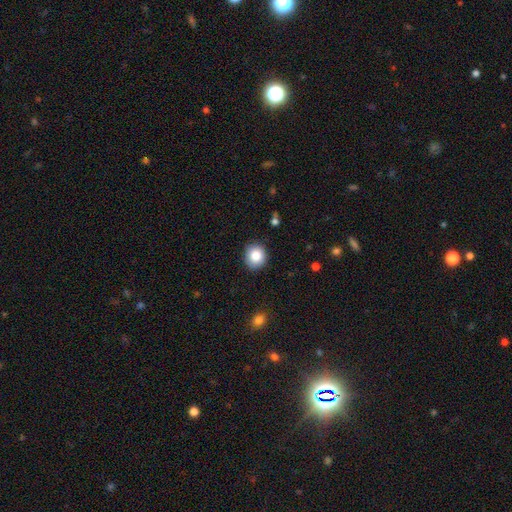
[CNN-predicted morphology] smooth 85%, star or artifact 9%, featured or disk 6%. Down the decision tree: how rounded — round (84%); merging — none (89%).